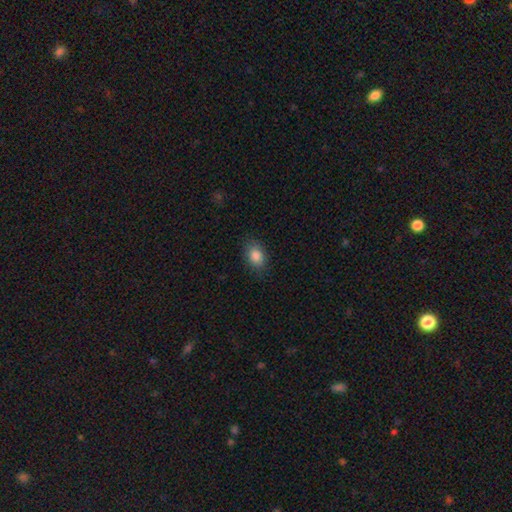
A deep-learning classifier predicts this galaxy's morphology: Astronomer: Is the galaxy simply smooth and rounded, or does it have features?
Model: smooth — 86%.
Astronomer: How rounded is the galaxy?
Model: in between — 81%.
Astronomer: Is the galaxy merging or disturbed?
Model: none — 81%.